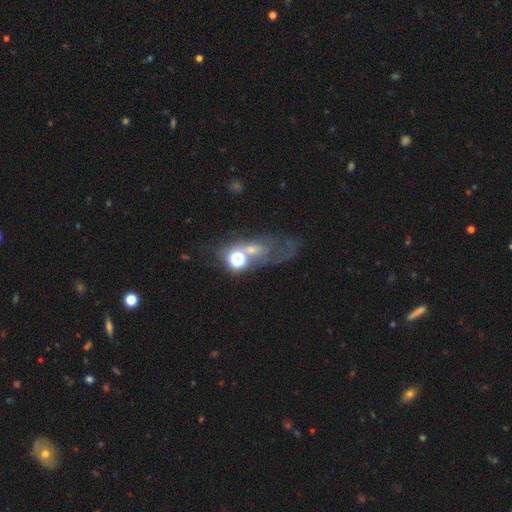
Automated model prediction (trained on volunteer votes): Q: Smooth or featured?
A: featured or disk (36%); runner-up: smooth (33%)
Q: Merging?
A: none (39%); runner-up: major disturbance (24%)